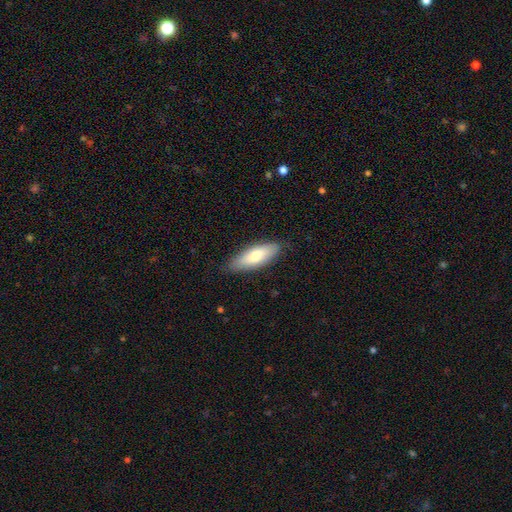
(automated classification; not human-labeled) smooth_or_featured: smooth (p=0.72) [alt: featured or disk p=0.22]
how_rounded: in between (p=0.64) [alt: cigar-shaped p=0.34]
merging: none (p=0.83) [alt: minor disturbance p=0.13]